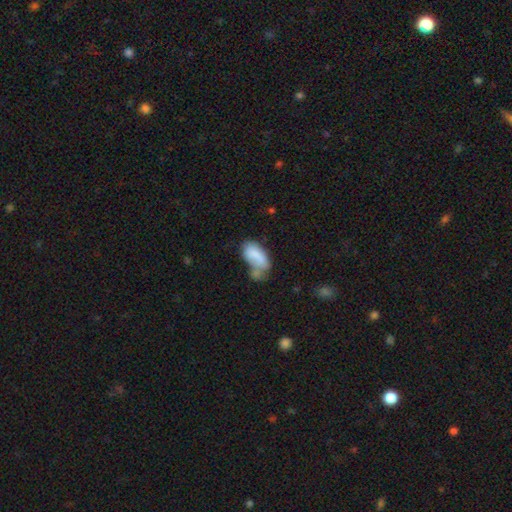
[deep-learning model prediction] Smooth or featured? smooth (77%)
How rounded? in between (92%)
Merging? merger (34%)